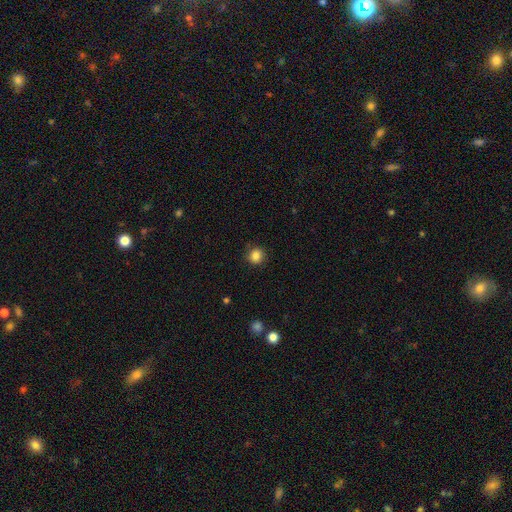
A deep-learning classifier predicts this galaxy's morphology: smooth-or-featured: smooth: 86% | star or artifact: 11% | featured or disk: 4%
  how-rounded: round: 90% | in between: 9% | cigar-shaped: 1%
  merging: none: 87% | minor disturbance: 9% | major disturbance: 2% | merger: 1%